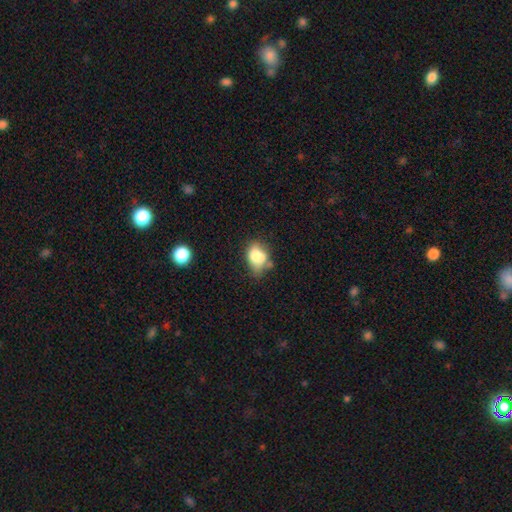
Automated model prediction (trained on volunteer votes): Morphology: type=smooth (75%); roundness=in between (69%); merging=none (35%).